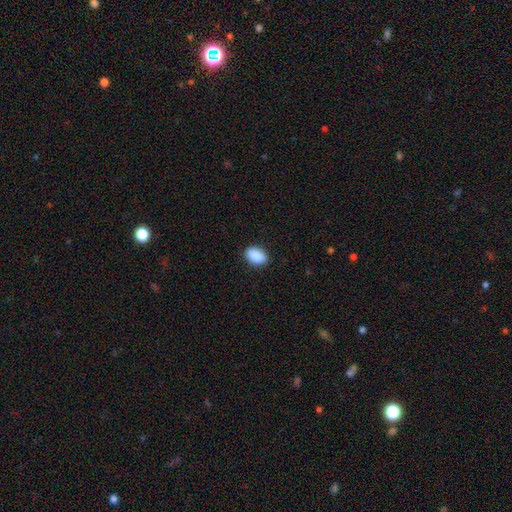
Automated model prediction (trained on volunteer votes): Q: Smooth or featured?
A: smooth (91%); runner-up: star or artifact (7%)
Q: How rounded?
A: in between (88%); runner-up: round (10%)
Q: Merging?
A: none (88%); runner-up: minor disturbance (9%)